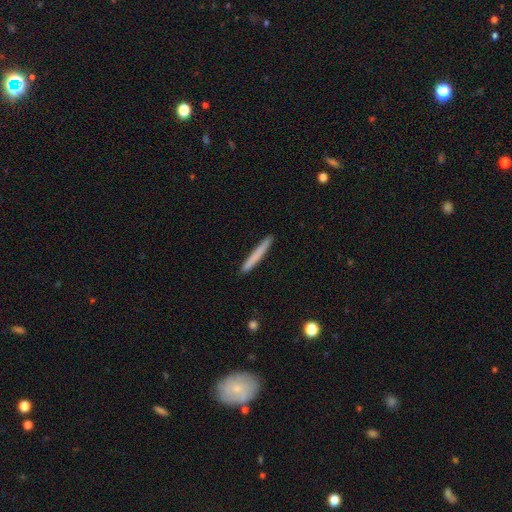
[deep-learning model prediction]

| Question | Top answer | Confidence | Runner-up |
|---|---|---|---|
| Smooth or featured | smooth | 73% | featured or disk (22%) |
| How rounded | cigar-shaped | 97% | in between (2%) |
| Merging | none | 92% | minor disturbance (6%) |